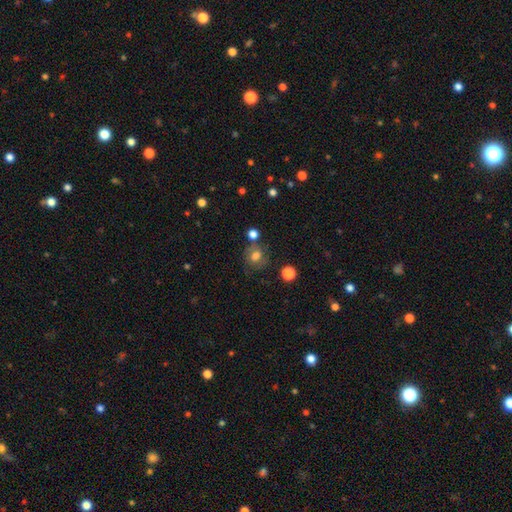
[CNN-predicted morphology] Smooth or featured: smooth — 70% (featured or disk — 16%)
How rounded: round — 72% (in between — 27%)
Merging: none — 66% (minor disturbance — 17%)